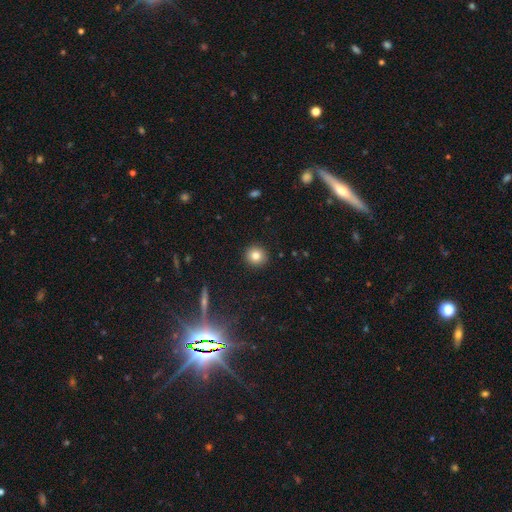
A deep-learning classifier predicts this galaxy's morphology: This appears to be a smooth galaxy with no disk features (81%) that is round (93%). Merging: none (92%).